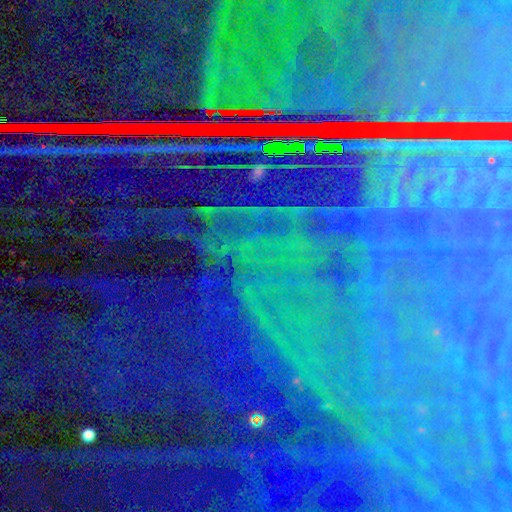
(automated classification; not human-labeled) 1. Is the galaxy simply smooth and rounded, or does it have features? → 87% star or artifact, 7% featured or disk, 6% smooth.